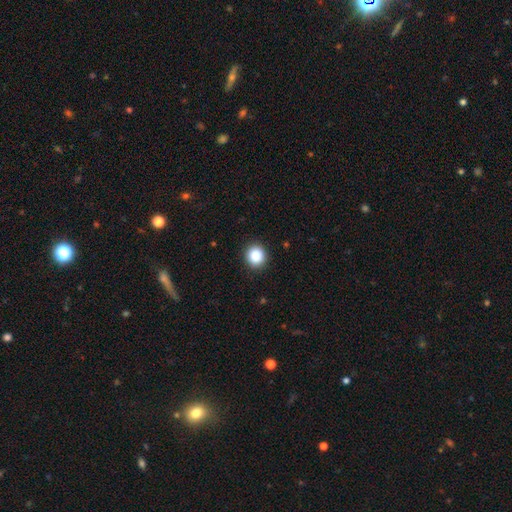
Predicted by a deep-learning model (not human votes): Q: Smooth or featured?
A: smooth (88%); runner-up: star or artifact (9%)
Q: How rounded?
A: round (88%); runner-up: in between (11%)
Q: Merging?
A: none (91%); runner-up: minor disturbance (6%)